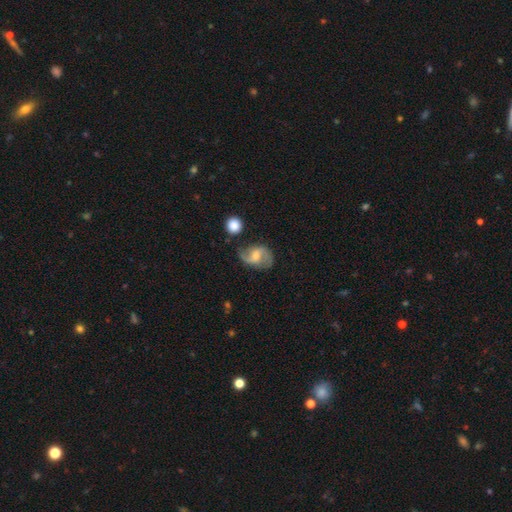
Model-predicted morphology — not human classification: This is likely a featured or disk galaxy (78%). It is clearly not viewed edge-on (97%). Bar: possibly weak (51%). Spiral arm pattern: clearly yes (94%). Spiral arm count: clearly 2 (91%). Spiral winding: possibly loose (53%). Central bulge: possibly moderate (48%). Merging: likely none (71%).